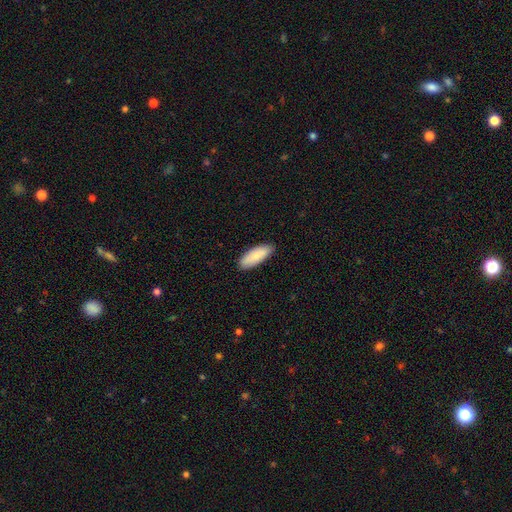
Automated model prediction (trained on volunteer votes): A smooth galaxy with no disk features (85%) that is in between round and cigar-shaped (71%). Merging: none (87%).